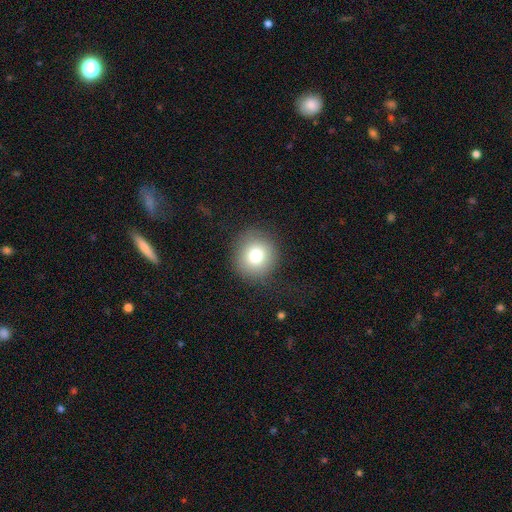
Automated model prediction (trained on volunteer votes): A smooth galaxy with no disk features (78%) that is round (91%). Merging: none (86%).